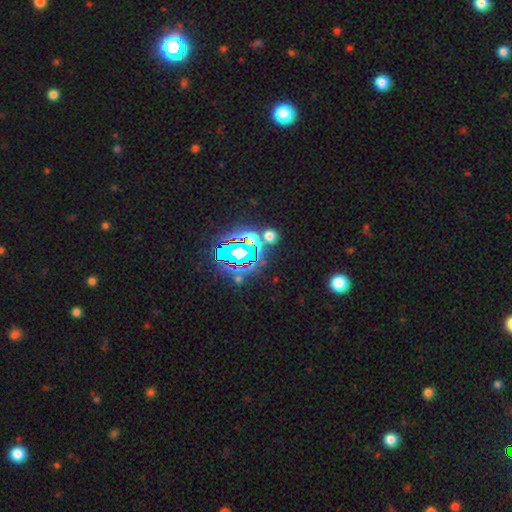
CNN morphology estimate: This is likely a star or artifact rather than a galaxy (80%).